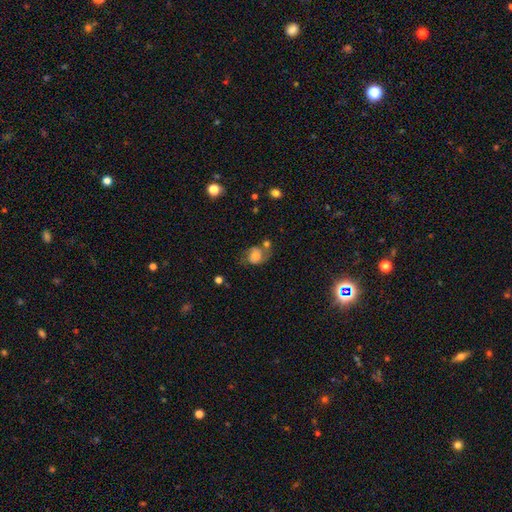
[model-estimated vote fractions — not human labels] This appears to be a smooth galaxy with no disk features (49%). Merging: none (46%).